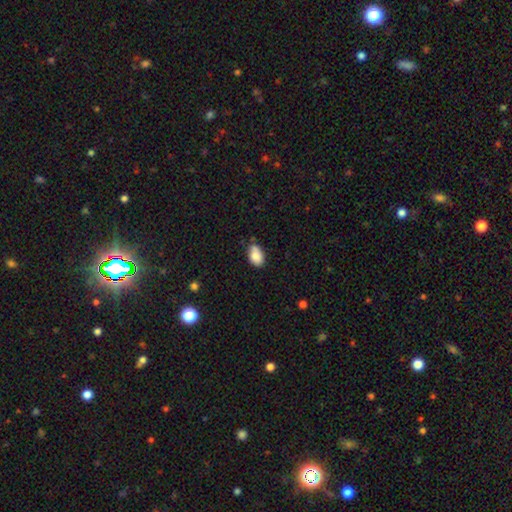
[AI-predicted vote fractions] A smooth galaxy with no disk features (85%) that is in between round and cigar-shaped (88%). Merging: none (64%).